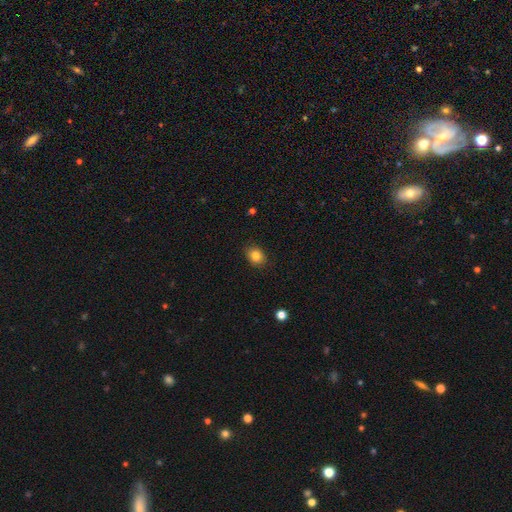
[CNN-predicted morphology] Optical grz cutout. It shows a smooth galaxy with no disk features (84%) that is in between round and cigar-shaped (50%). Merging: none (87%).